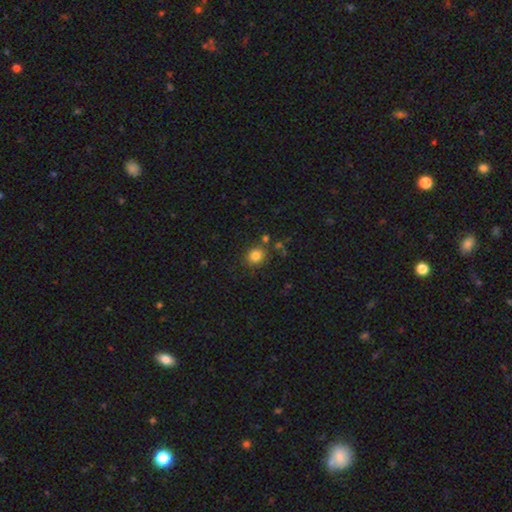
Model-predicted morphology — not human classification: The model was most divided on "how rounded": round: 76%, in between: 23%, cigar-shaped: 1%. More confident: smooth or featured — smooth (82%); merging — none (78%).